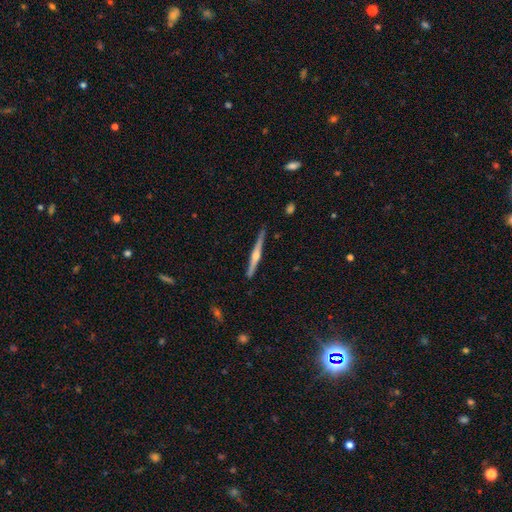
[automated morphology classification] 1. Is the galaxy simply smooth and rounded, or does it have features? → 77% featured or disk, 18% smooth, 5% star or artifact.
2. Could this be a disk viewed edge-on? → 98% yes, 2% no.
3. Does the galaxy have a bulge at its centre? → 89% rounded, 6% none, 5% boxy.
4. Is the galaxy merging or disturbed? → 89% none, 9% minor disturbance, 1% major disturbance, 1% merger.